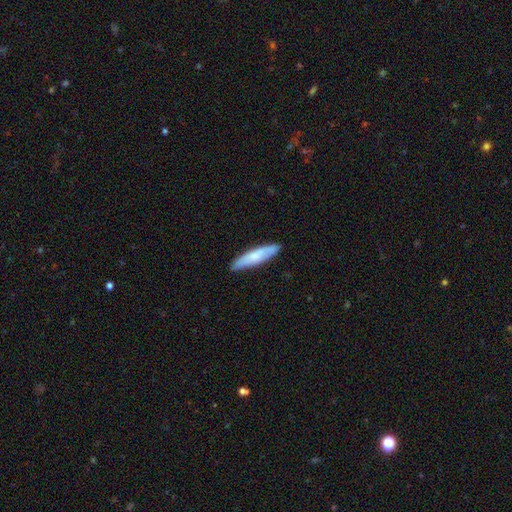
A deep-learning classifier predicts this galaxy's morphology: smooth-or-featured: smooth: 72% | featured or disk: 23% | star or artifact: 5%
  how-rounded: cigar-shaped: 81% | in between: 17% | round: 1%
  merging: none: 87% | minor disturbance: 10% | major disturbance: 2% | merger: 1%